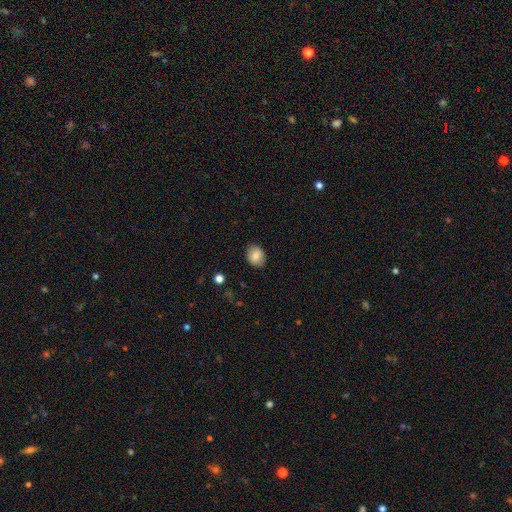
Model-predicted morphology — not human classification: This is clearly a smooth galaxy (83%). How rounded: possibly in between (52%). Merging: clearly none (87%).